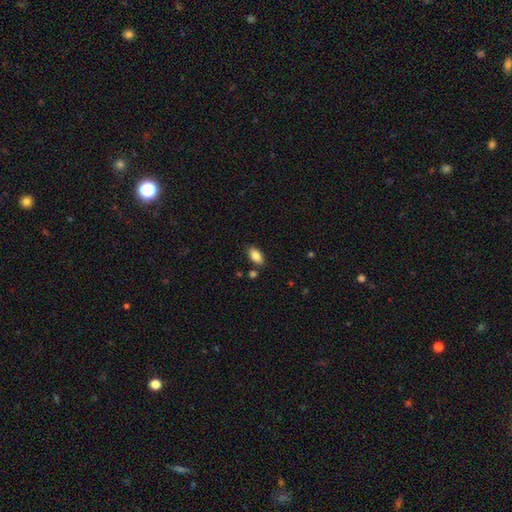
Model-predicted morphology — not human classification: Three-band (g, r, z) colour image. It shows a smooth galaxy with no disk features (86%) that is in between round and cigar-shaped (92%). Merging: none (83%).